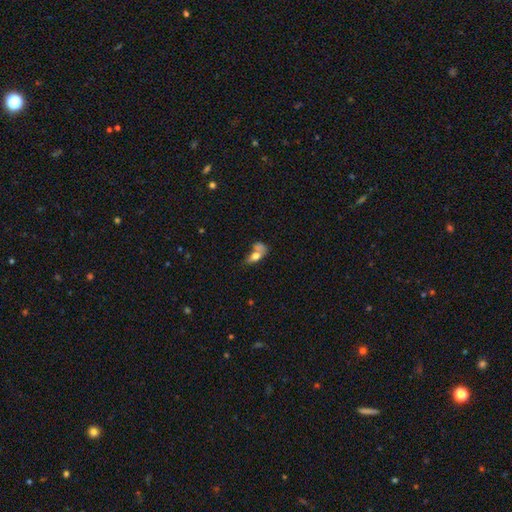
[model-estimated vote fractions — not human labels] Morphology: type=smooth (67%); roundness=in between (75%); merging=merger (47%).